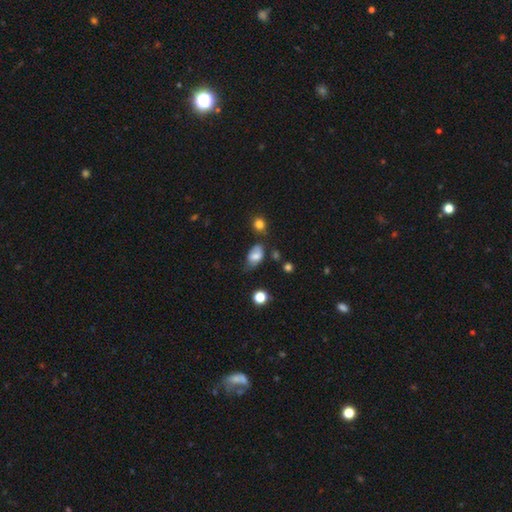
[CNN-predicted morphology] A smooth galaxy with no disk features (72%) that is in between round and cigar-shaped (89%). Merging: none (43%).